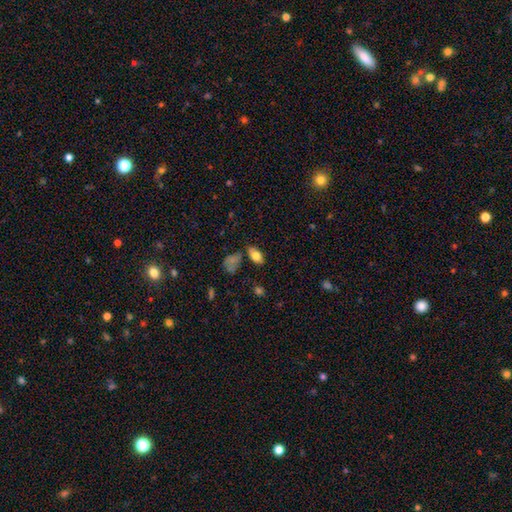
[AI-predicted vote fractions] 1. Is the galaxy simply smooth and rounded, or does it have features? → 77% smooth, 15% featured or disk, 9% star or artifact.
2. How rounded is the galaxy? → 90% in between, 5% round, 4% cigar-shaped.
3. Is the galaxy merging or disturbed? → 68% none, 19% minor disturbance, 8% merger, 6% major disturbance.